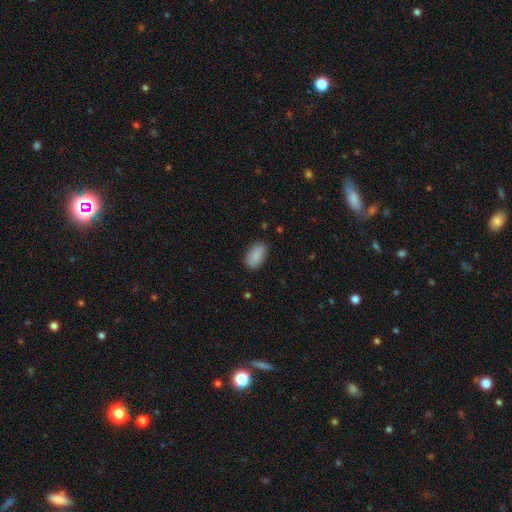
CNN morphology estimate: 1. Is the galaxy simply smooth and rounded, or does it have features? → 88% smooth, 7% star or artifact, 5% featured or disk.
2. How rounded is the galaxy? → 93% in between, 5% round, 2% cigar-shaped.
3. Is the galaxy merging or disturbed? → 83% none, 13% minor disturbance, 3% major disturbance, 1% merger.